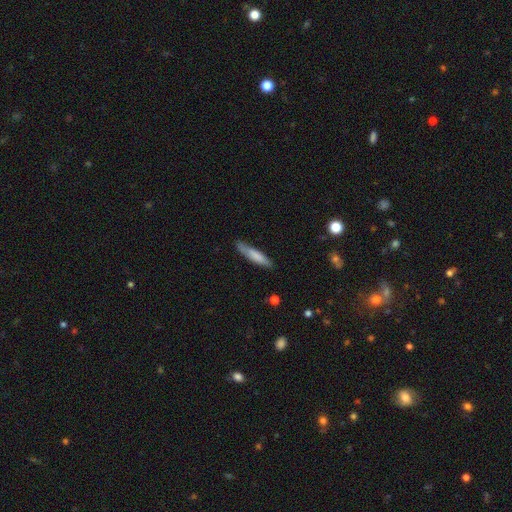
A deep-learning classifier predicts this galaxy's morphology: Smooth or featured? smooth (73%)
How rounded? cigar-shaped (85%)
Merging? none (78%)